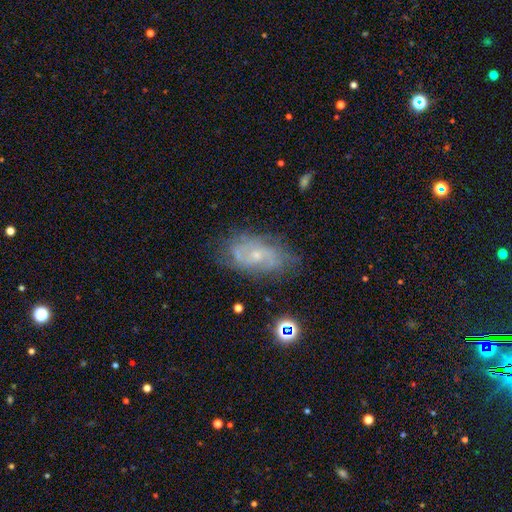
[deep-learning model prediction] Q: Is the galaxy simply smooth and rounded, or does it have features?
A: featured or disk — 60%.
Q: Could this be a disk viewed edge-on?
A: no — 92%.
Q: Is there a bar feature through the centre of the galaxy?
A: no — 63%.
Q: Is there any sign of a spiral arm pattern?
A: yes — 83%.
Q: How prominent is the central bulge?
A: small — 72%.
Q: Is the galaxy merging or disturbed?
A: none — 75%.